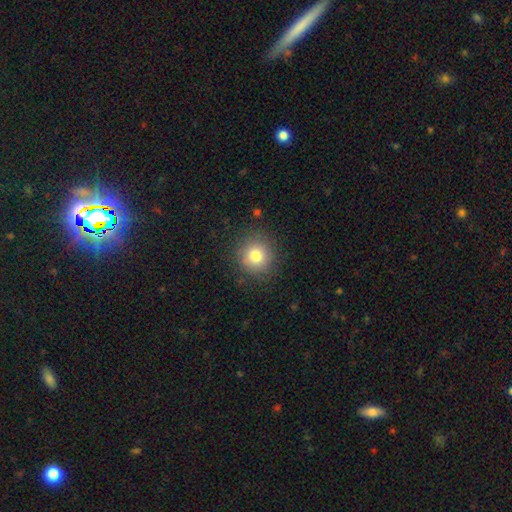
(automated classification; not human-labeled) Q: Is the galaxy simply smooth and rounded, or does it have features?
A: smooth — 80%.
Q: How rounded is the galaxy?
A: round — 91%.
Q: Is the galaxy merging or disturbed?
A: none — 86%.